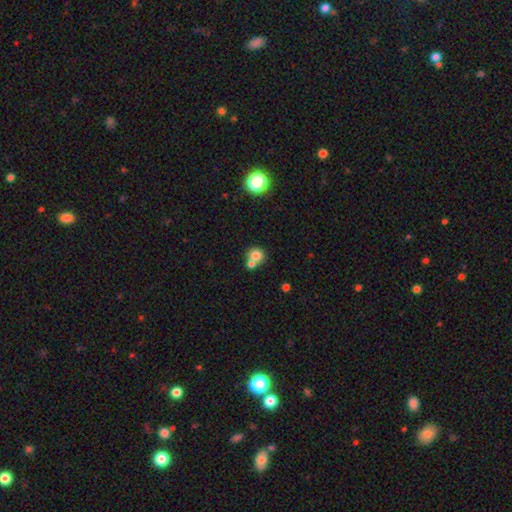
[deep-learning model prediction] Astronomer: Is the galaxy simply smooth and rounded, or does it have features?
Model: smooth — 76%.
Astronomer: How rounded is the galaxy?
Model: round — 87%.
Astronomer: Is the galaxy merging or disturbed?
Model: none — 46% (runner-up: merger, 45%).